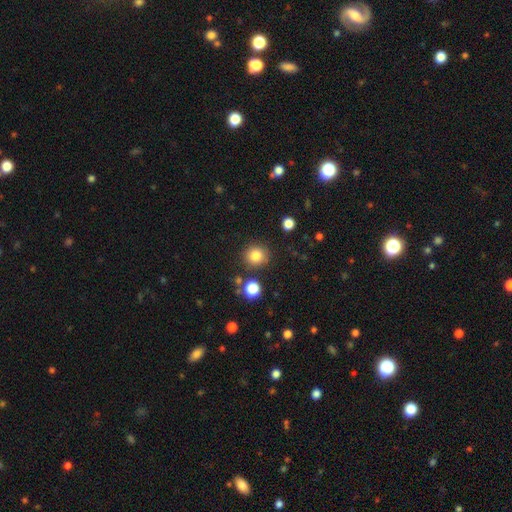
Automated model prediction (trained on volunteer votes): This is clearly a smooth galaxy (83%). How rounded: clearly round (90%). Merging: clearly none (86%).